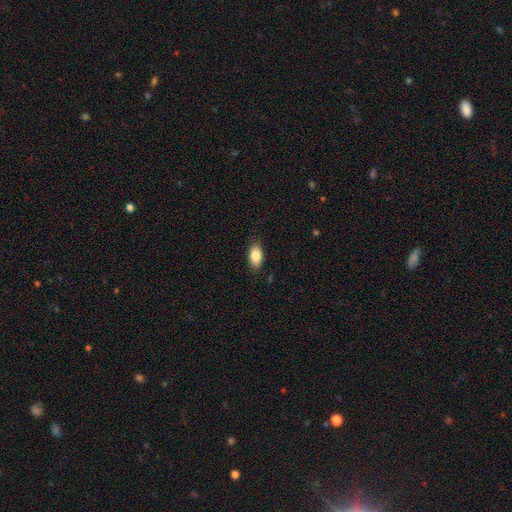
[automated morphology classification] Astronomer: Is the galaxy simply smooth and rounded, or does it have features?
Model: smooth — 85%.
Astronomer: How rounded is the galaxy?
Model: in between — 91%.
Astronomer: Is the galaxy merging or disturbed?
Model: none — 84%.